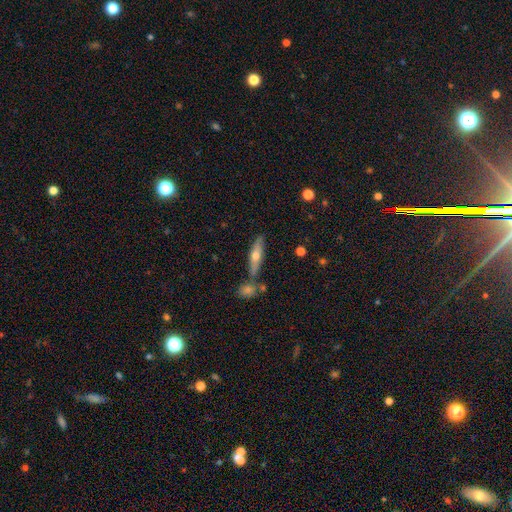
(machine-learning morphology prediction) A featured or disk galaxy (47%). Merging: none (73%).